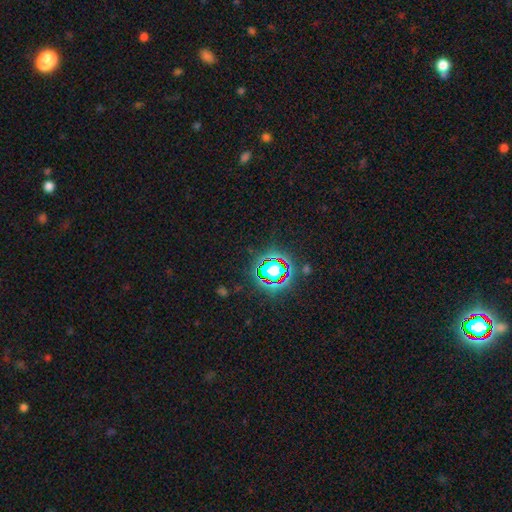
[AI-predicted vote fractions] A star or artifact, not a galaxy (81%).